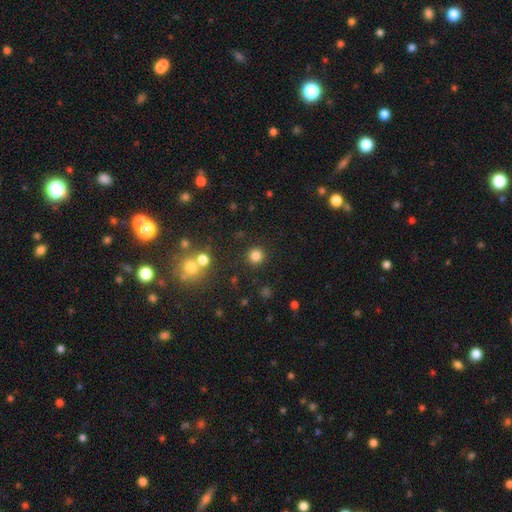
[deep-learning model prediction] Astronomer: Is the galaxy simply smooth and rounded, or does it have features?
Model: smooth — 82%.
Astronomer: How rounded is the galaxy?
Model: round — 94%.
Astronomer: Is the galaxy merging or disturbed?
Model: none — 90%.